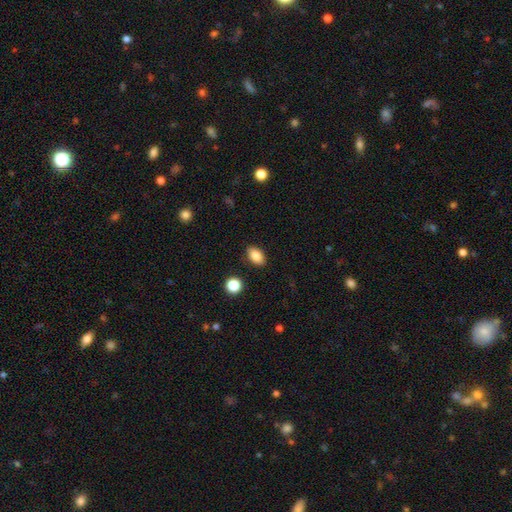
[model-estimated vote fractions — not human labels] smooth-or-featured: smooth: 86% | star or artifact: 9% | featured or disk: 6%
  how-rounded: in between: 88% | round: 9% | cigar-shaped: 2%
  merging: none: 88% | minor disturbance: 8% | major disturbance: 2% | merger: 2%